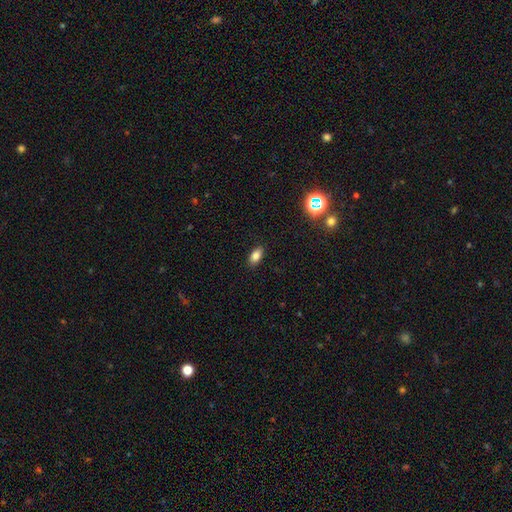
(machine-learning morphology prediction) This is clearly a smooth galaxy (83%). How rounded: clearly in between (89%). Merging: clearly none (88%).